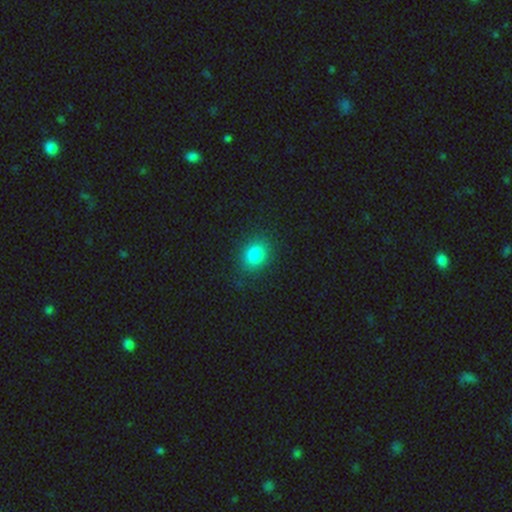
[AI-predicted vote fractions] smooth 81%, star or artifact 12%, featured or disk 6%. Down the decision tree: how rounded — round (56%); merging — none (86%).